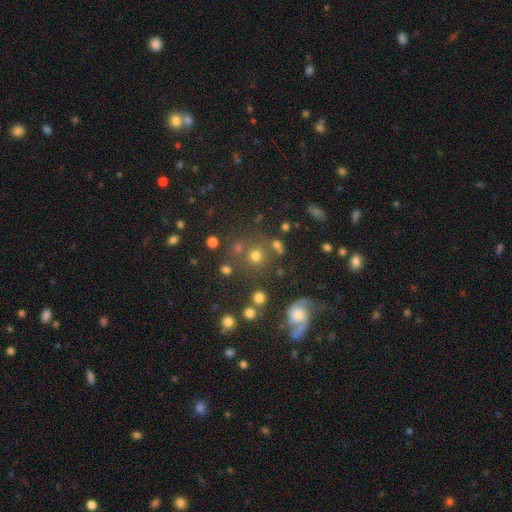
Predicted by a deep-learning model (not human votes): Overall: smooth (60%; star or artifact 24%). How rounded: round (90%). Merging: none (70%).